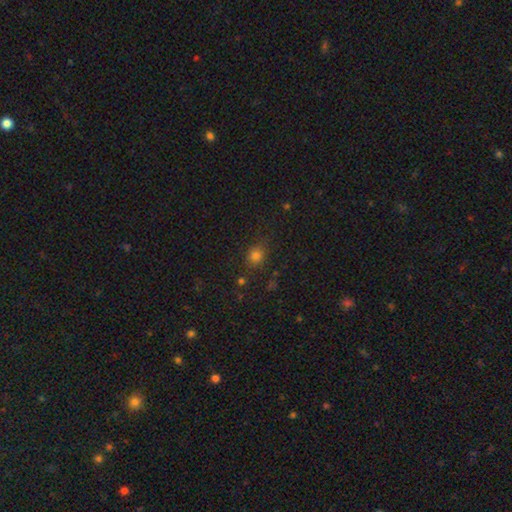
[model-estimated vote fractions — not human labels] smooth-or-featured: smooth: 74% | star or artifact: 20% | featured or disk: 6%
  how-rounded: round: 70% | in between: 29% | cigar-shaped: 1%
  merging: none: 79% | minor disturbance: 14% | major disturbance: 4% | merger: 3%